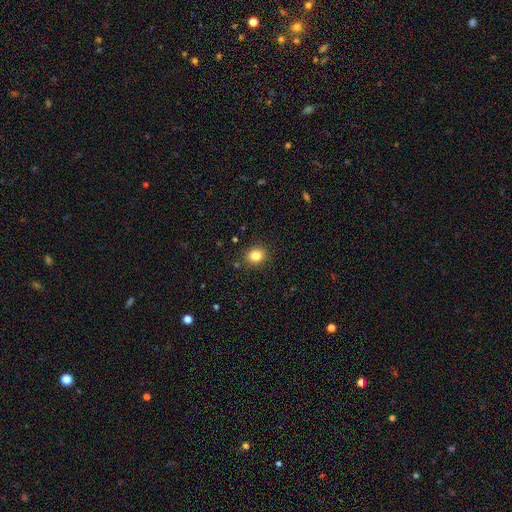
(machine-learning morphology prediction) Q: Smooth or featured?
A: smooth (83%); runner-up: star or artifact (12%)
Q: How rounded?
A: round (71%); runner-up: in between (28%)
Q: Merging?
A: none (88%); runner-up: minor disturbance (8%)